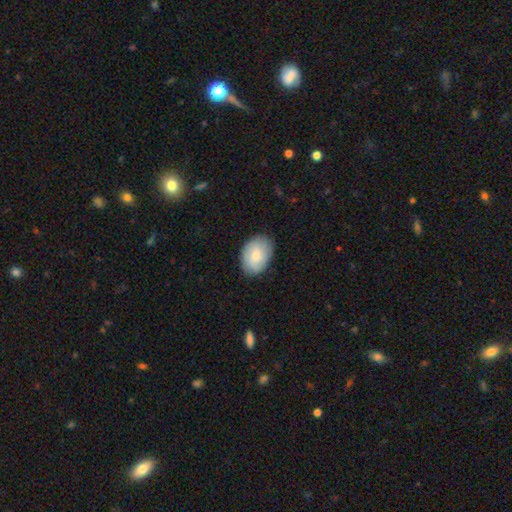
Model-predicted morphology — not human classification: A smooth galaxy with no disk features (79%) that is in between round and cigar-shaped (83%).

Vote fractions:
- Smooth or featured? smooth: 79% / featured or disk: 15% / star or artifact: 6%
- How rounded? in between: 83% / round: 16% / cigar-shaped: 1%
- Merging? none: 83% / minor disturbance: 13% / major disturbance: 3% / merger: 1%